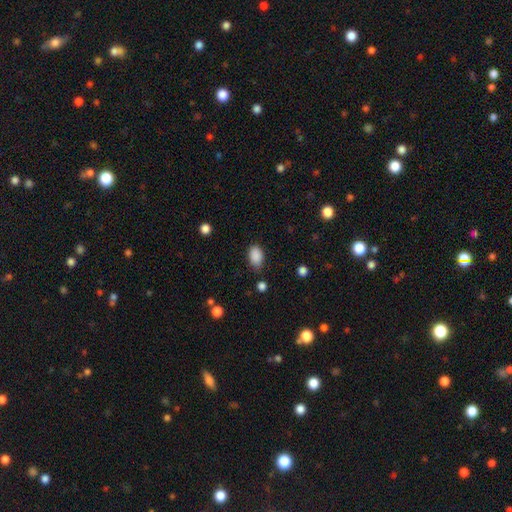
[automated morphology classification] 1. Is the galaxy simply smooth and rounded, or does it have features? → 88% smooth, 8% star or artifact, 3% featured or disk.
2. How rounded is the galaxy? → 89% in between, 9% round, 1% cigar-shaped.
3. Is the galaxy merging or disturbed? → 75% none, 19% minor disturbance, 4% major disturbance, 2% merger.